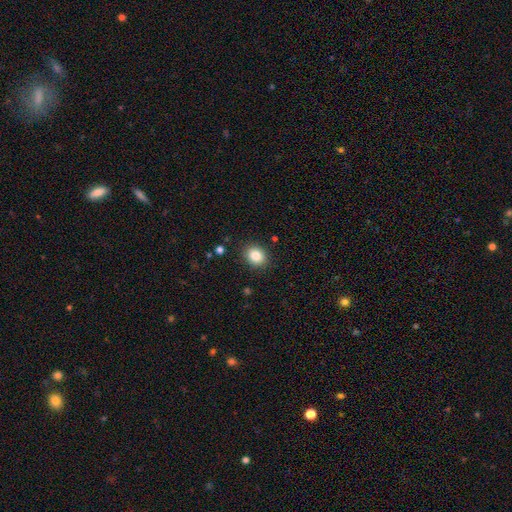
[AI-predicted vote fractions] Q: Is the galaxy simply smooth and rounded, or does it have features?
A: smooth — 86%.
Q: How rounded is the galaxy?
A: round — 55%.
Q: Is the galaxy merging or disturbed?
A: none — 88%.